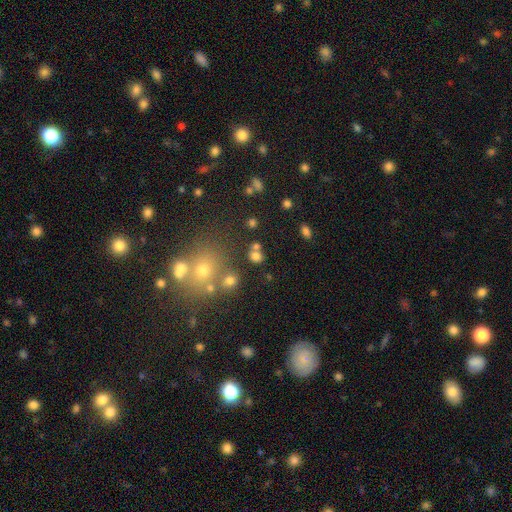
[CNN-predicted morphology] type=smooth (72%); roundness=round (73%); merging=none (59%).